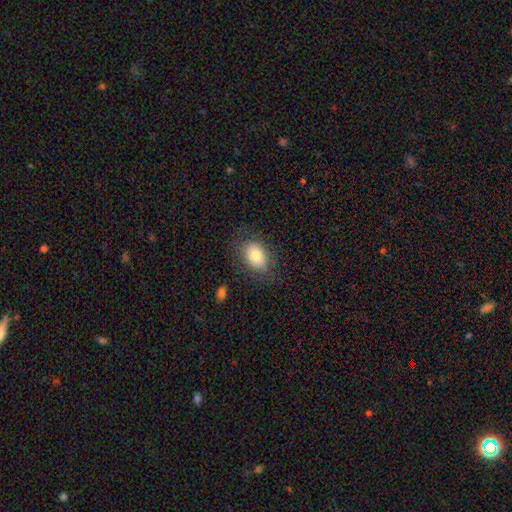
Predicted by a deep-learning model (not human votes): smooth 80%, featured or disk 12%, star or artifact 8%. Down the decision tree: how rounded — in between (83%); merging — none (79%).